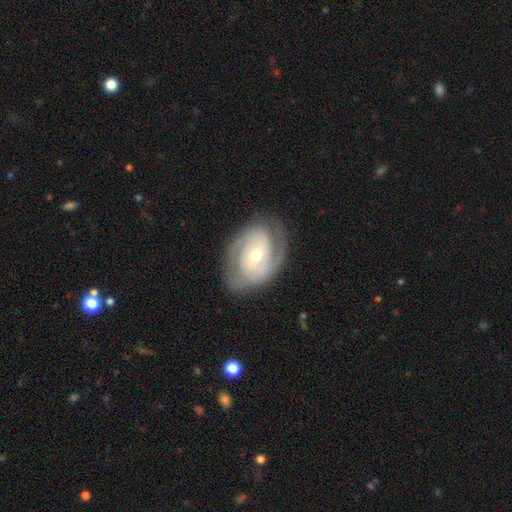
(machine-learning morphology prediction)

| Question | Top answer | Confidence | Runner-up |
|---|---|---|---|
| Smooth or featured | featured or disk | 81% | smooth (14%) |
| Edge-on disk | no | 96% | yes (4%) |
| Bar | no | 47% | weak (40%) |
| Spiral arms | yes | 88% | no (12%) |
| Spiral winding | tight | 62% | medium (30%) |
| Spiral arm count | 2 | 64% | can't tell (20%) |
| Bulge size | moderate | 66% | small (28%) |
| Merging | none | 76% | minor disturbance (16%) |